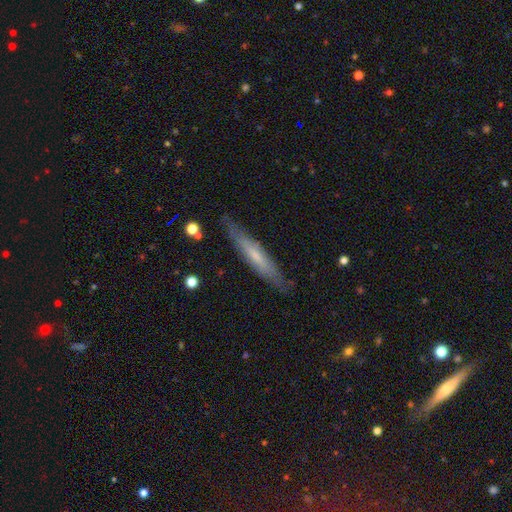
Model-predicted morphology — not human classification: A smooth galaxy with no disk features (48%).

Vote fractions:
- Smooth or featured? smooth: 48% / featured or disk: 46% / star or artifact: 6%
- Merging? none: 81% / minor disturbance: 14% / major disturbance: 3% / merger: 1%